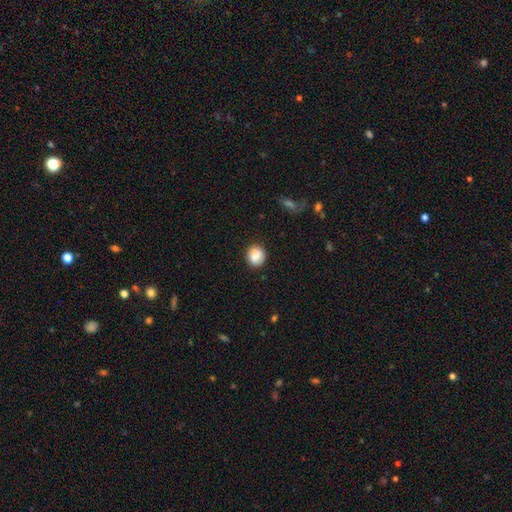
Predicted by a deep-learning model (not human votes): The model was most divided on "how rounded": round: 79%, in between: 20%, cigar-shaped: 1%. More confident: smooth or featured — smooth (85%); merging — none (84%).